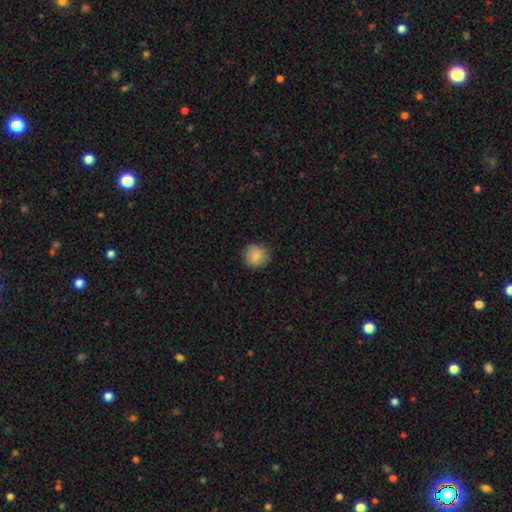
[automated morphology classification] Q: Smooth or featured?
A: smooth (85%); runner-up: star or artifact (8%)
Q: How rounded?
A: round (89%); runner-up: in between (10%)
Q: Merging?
A: none (80%); runner-up: minor disturbance (16%)